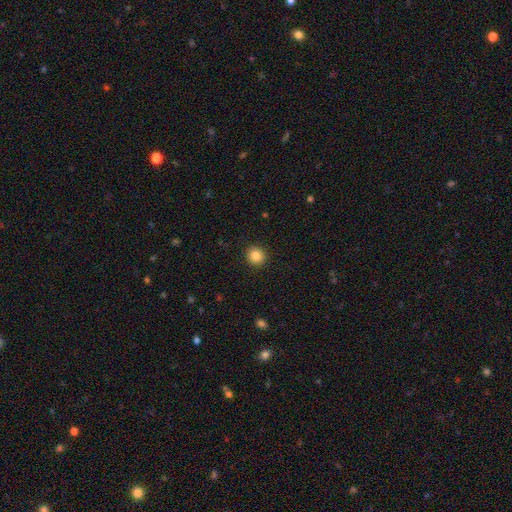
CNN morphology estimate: A smooth galaxy with no disk features (85%) that is round (92%).

Vote fractions:
- Smooth or featured? smooth: 85% / star or artifact: 10% / featured or disk: 5%
- How rounded? round: 92% / in between: 7% / cigar-shaped: 1%
- Merging? none: 92% / minor disturbance: 5% / major disturbance: 2% / merger: 1%